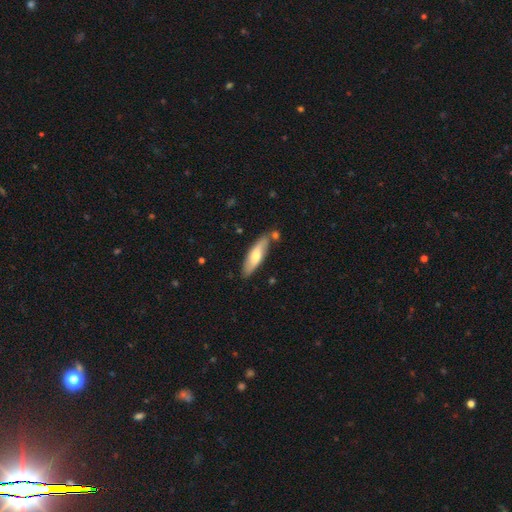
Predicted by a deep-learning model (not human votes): Smooth or featured?
  - smooth: 61% *
  - featured or disk: 34%
  - star or artifact: 5%
How rounded?
  - cigar-shaped: 54% *
  - in between: 44%
  - round: 2%
Merging?
  - none: 74% *
  - minor disturbance: 15%
  - merger: 7%
  - major disturbance: 3%